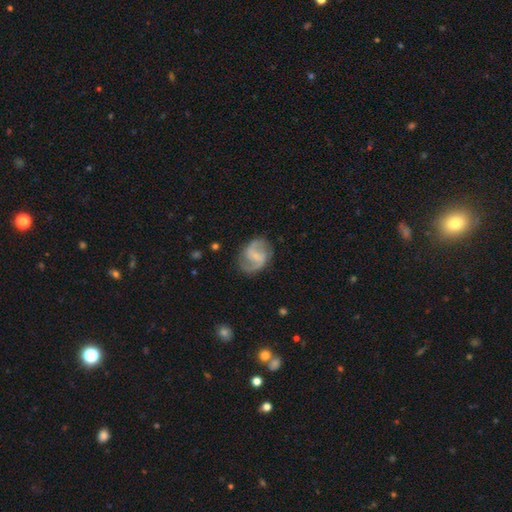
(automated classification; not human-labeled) Smooth or featured? featured or disk (81%)
Edge-on disk? no (98%)
Bar? weak (53%)
Spiral arms? yes (94%)
Spiral winding? medium (49%)
Spiral arm count? 2 (90%)
Bulge size? small (56%)
Merging? none (76%)